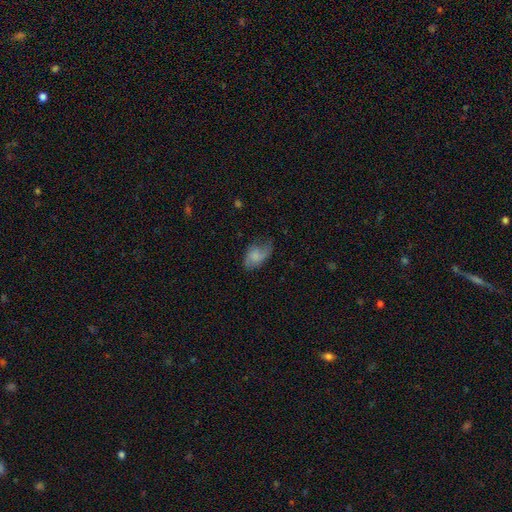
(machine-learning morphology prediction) Smooth or featured? Predicted: smooth (p=0.63). How rounded? Predicted: in between (p=0.90). Merging? Predicted: none (p=0.47).